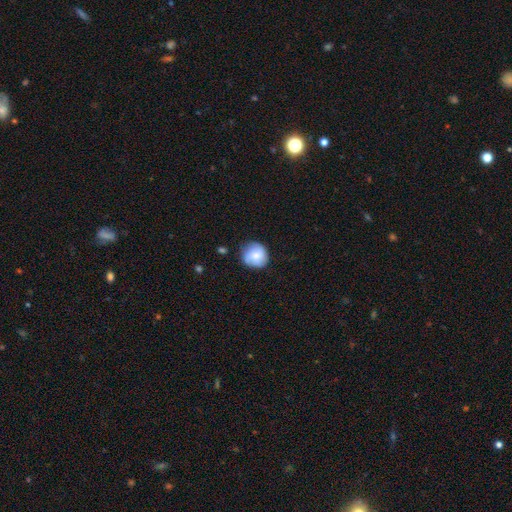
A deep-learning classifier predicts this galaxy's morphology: smooth-or-featured: smooth: 66% | featured or disk: 27% | star or artifact: 7%
  how-rounded: round: 89% | in between: 10% | cigar-shaped: 1%
  merging: none: 79% | minor disturbance: 16% | major disturbance: 4% | merger: 2%